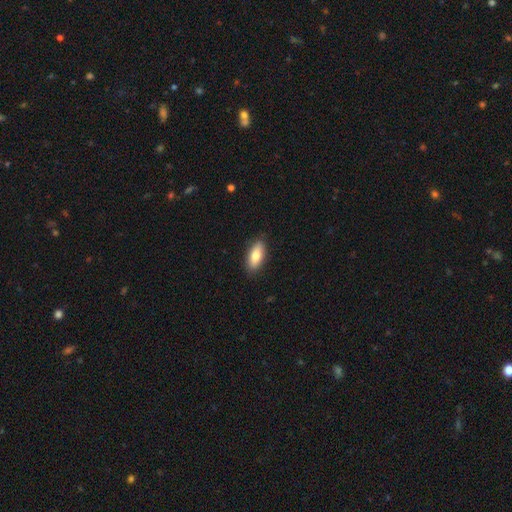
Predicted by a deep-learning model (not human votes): Smooth or featured: smooth — 79% (featured or disk — 15%)
How rounded: in between — 83% (cigar-shaped — 14%)
Merging: none — 88% (minor disturbance — 10%)